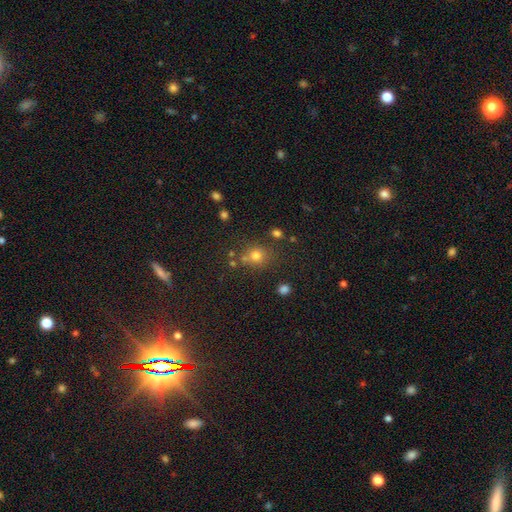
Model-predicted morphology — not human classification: A smooth galaxy with no disk features (70%) that is round (80%).

Vote fractions:
- Smooth or featured? smooth: 70% / star or artifact: 21% / featured or disk: 9%
- How rounded? round: 80% / in between: 19% / cigar-shaped: 1%
- Merging? none: 71% / merger: 12% / minor disturbance: 12% / major disturbance: 5%